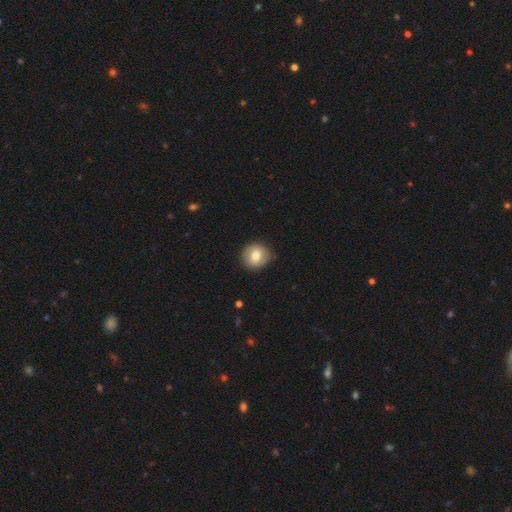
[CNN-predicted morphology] The model was most divided on "smooth or featured": smooth: 79%, featured or disk: 14%, star or artifact: 8%. More confident: merging — none (86%); how rounded — round (85%).